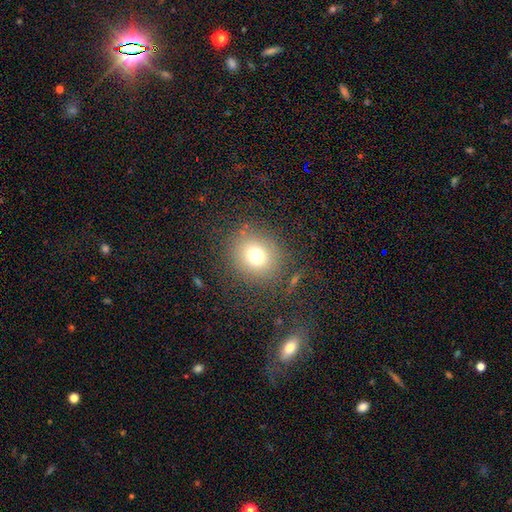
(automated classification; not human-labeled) A smooth galaxy with no disk features (73%) that is round (80%).

Vote fractions:
- Smooth or featured? smooth: 73% / star or artifact: 16% / featured or disk: 11%
- How rounded? round: 80% / in between: 20% / cigar-shaped: 1%
- Merging? none: 82% / minor disturbance: 10% / major disturbance: 6% / merger: 2%